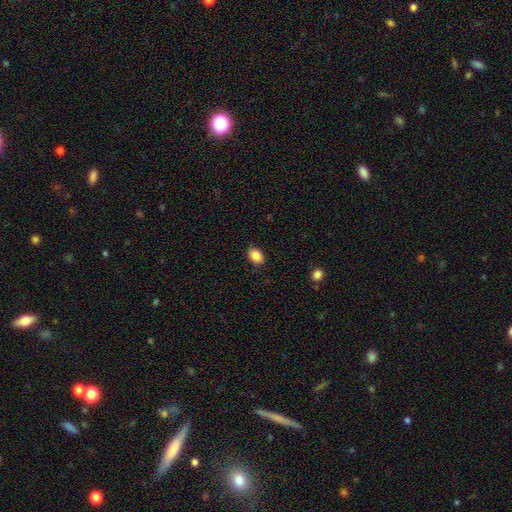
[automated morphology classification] The model was most divided on "how rounded": in between: 73%, round: 26%, cigar-shaped: 1%. More confident: merging — none (87%); smooth or featured — smooth (86%).